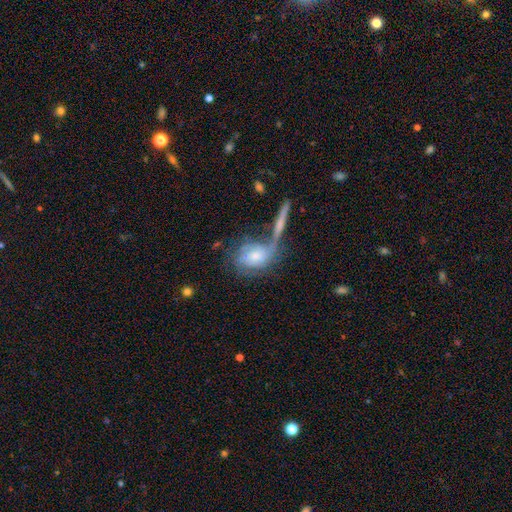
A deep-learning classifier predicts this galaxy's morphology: A featured or disk galaxy (53%).

Vote fractions:
- Smooth or featured? featured or disk: 53% / smooth: 38% / star or artifact: 9%
- Edge-on disk? no: 88% / yes: 12%
- Merging? none: 37% / merger: 30% / minor disturbance: 16% / major disturbance: 16%